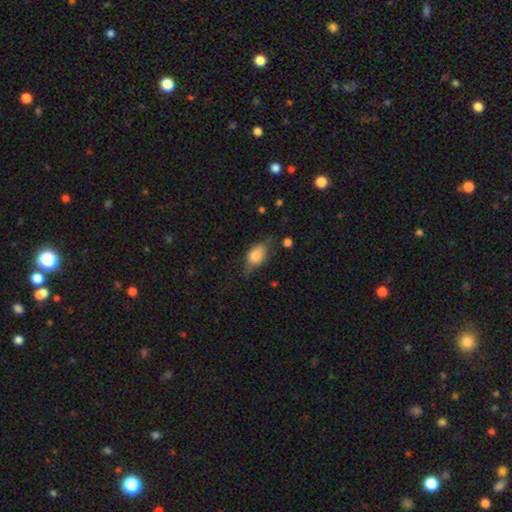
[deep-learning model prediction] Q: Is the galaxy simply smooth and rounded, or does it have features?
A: smooth — 70%.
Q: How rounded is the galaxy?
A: in between — 80%.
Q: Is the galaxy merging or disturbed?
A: none — 56%.